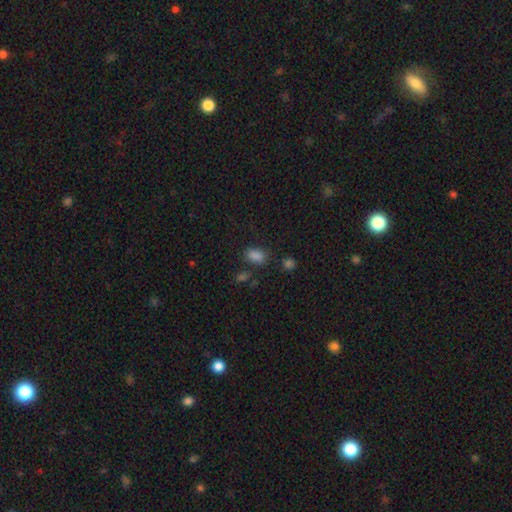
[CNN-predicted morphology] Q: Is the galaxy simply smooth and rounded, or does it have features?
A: smooth — 81%.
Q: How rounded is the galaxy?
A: in between — 84%.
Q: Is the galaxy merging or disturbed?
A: none — 69%.